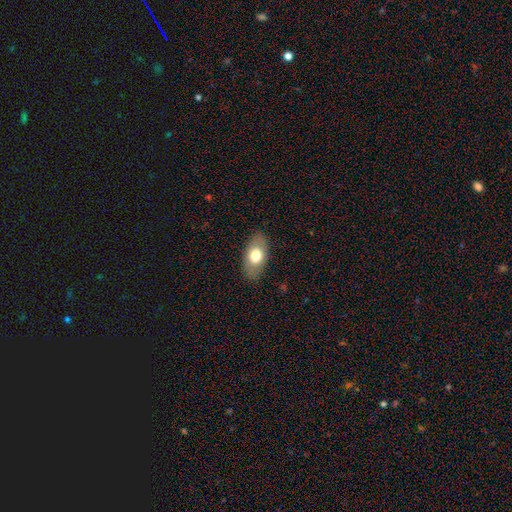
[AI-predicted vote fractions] smooth-or-featured: smooth: 70% | featured or disk: 24% | star or artifact: 6%
  how-rounded: in between: 91% | round: 6% | cigar-shaped: 3%
  merging: none: 85% | minor disturbance: 11% | major disturbance: 3% | merger: 1%